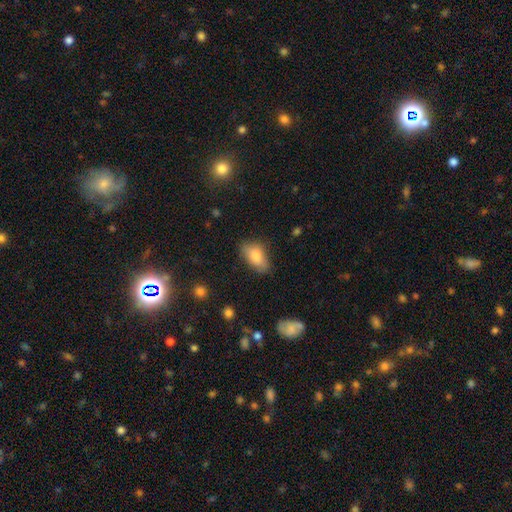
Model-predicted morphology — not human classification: Overall: smooth (81%). How rounded: in between (91%). Merging: none (73%).